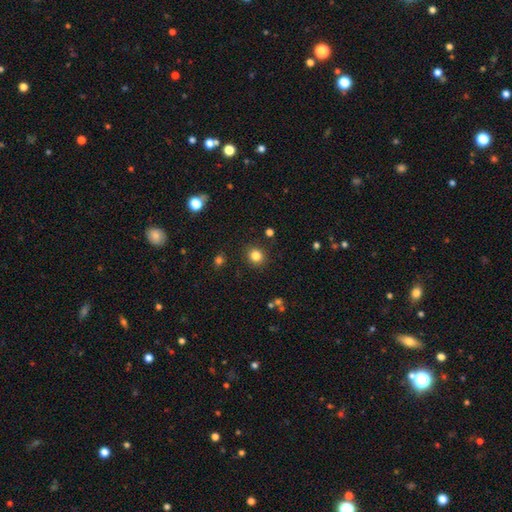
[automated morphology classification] Smooth or featured? Predicted: smooth (p=0.83). How rounded? Predicted: round (p=0.89). Merging? Predicted: none (p=0.90).